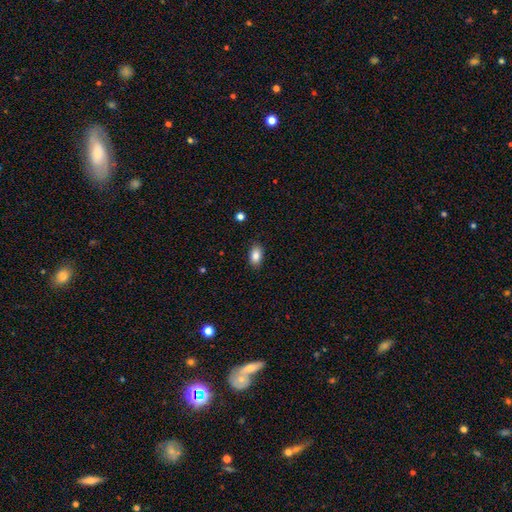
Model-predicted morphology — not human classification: Smooth or featured? smooth (86%)
How rounded? in between (89%)
Merging? none (87%)